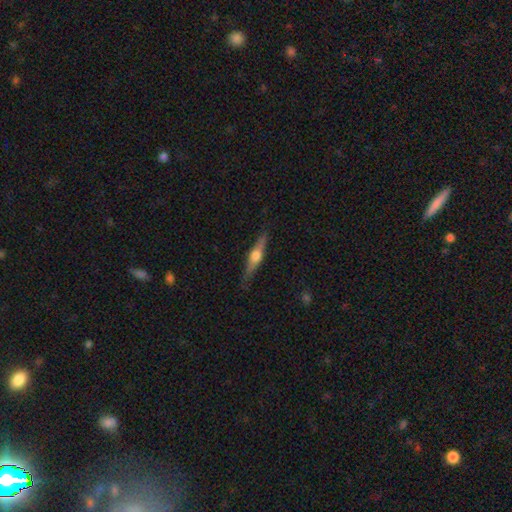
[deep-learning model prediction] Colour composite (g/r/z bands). It shows a featured or disk galaxy (67%) viewed edge-on (97%) with a rounded central bulge (94%). Merging: none (86%).